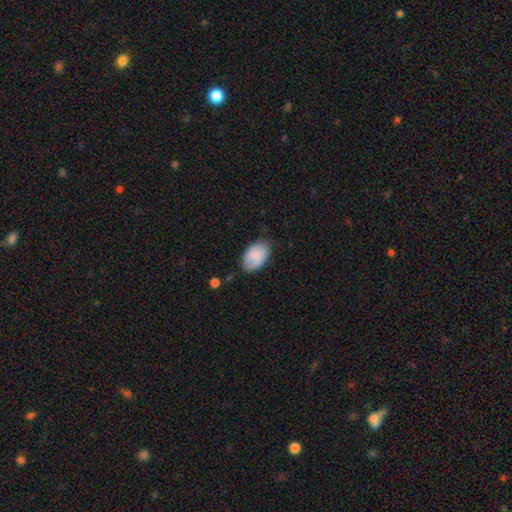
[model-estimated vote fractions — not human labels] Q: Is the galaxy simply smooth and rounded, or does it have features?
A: smooth — 81%.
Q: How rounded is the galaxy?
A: in between — 89%.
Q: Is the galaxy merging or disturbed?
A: none — 71%.